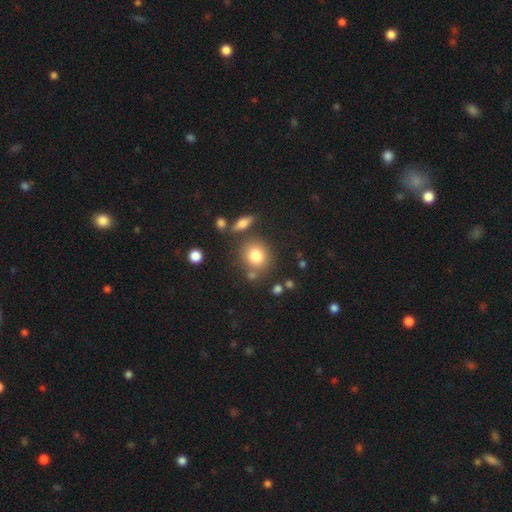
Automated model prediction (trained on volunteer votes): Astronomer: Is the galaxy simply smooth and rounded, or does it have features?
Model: smooth — 80%.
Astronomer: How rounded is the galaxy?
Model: round — 80%.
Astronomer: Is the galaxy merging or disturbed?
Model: none — 74%.